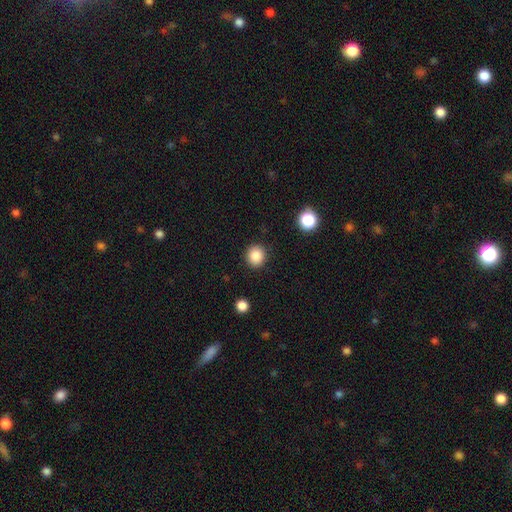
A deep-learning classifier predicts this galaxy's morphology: Smooth or featured: smooth — 87% (star or artifact — 10%)
How rounded: round — 86% (in between — 13%)
Merging: none — 90% (minor disturbance — 7%)